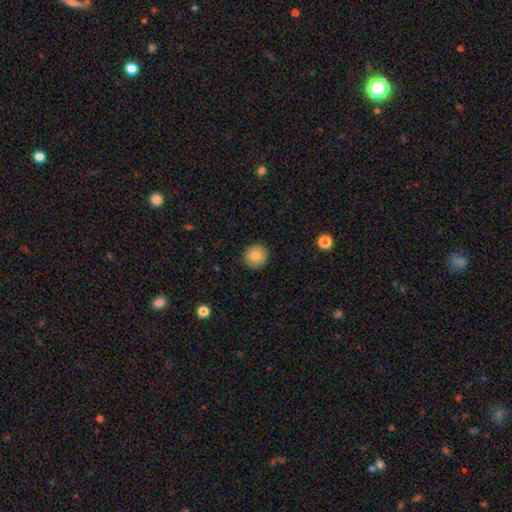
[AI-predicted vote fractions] smooth 83%, star or artifact 9%, featured or disk 8%. Down the decision tree: how rounded — round (92%); merging — none (90%).